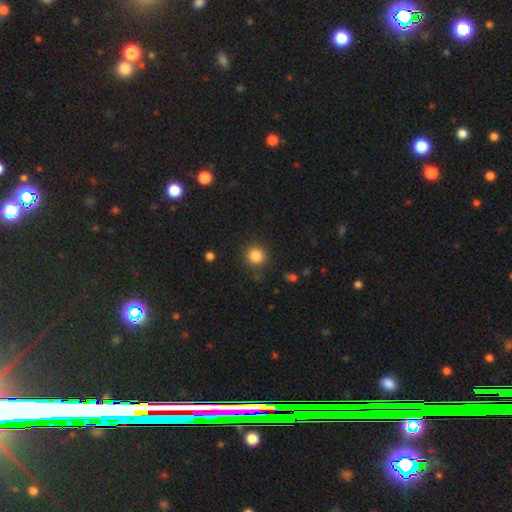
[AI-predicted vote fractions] Smooth or featured?
  - smooth: 84% *
  - star or artifact: 11%
  - featured or disk: 5%
How rounded?
  - round: 93% *
  - in between: 6%
  - cigar-shaped: 1%
Merging?
  - none: 87% *
  - minor disturbance: 8%
  - major disturbance: 3%
  - merger: 2%